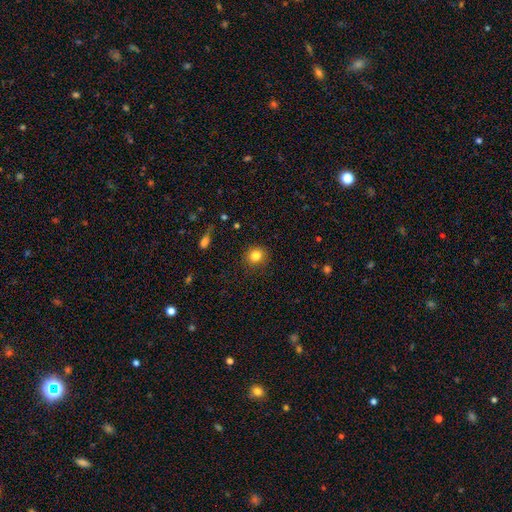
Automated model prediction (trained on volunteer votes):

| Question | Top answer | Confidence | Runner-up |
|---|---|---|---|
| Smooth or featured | smooth | 83% | star or artifact (11%) |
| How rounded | round | 86% | in between (13%) |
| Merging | none | 88% | minor disturbance (8%) |